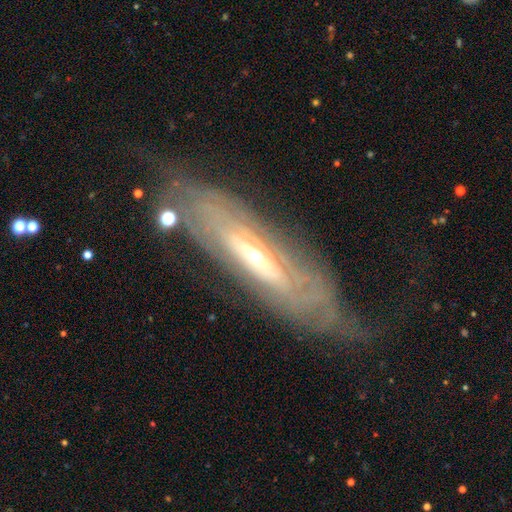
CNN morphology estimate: Smooth or featured? featured or disk (80%)
Edge-on disk? no (66%)
Bar? no (69%)
Spiral arms? yes (71%)
Bulge size? small (53%)
Merging? none (71%)